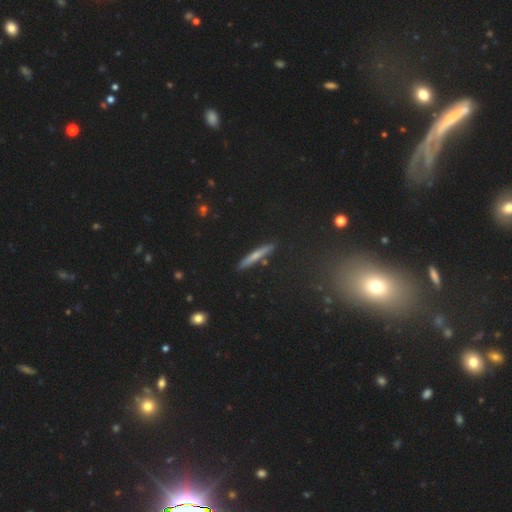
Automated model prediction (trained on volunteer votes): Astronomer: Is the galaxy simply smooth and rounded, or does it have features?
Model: smooth — 53% (runner-up: featured or disk, 35%).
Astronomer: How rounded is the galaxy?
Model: cigar-shaped — 91%.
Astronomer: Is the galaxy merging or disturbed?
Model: none — 87%.